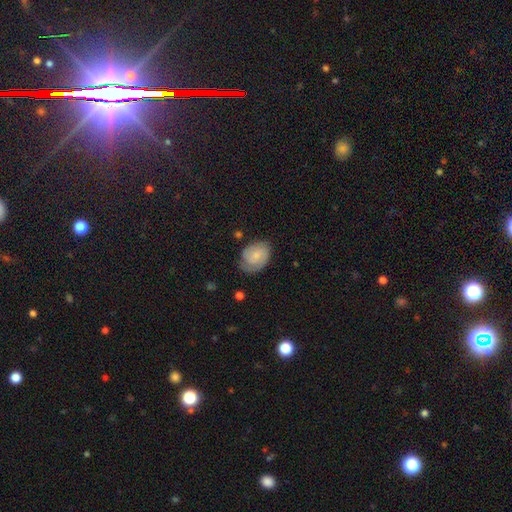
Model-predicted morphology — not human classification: This appears to be a smooth galaxy with no disk features (66%) that is in between round and cigar-shaped (70%). Merging: none (64%).